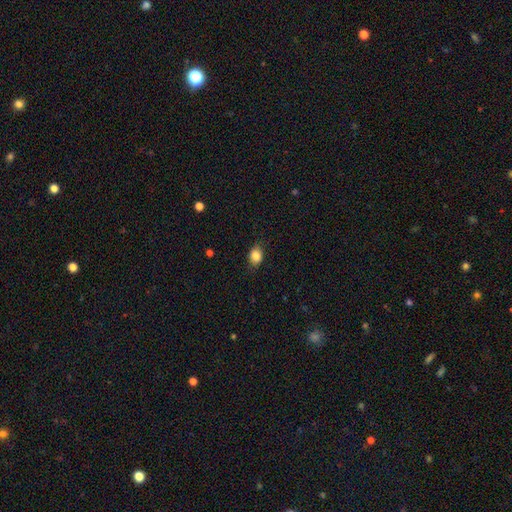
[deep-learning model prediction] Morphology: type=smooth (85%); roundness=in between (63%); merging=none (78%).